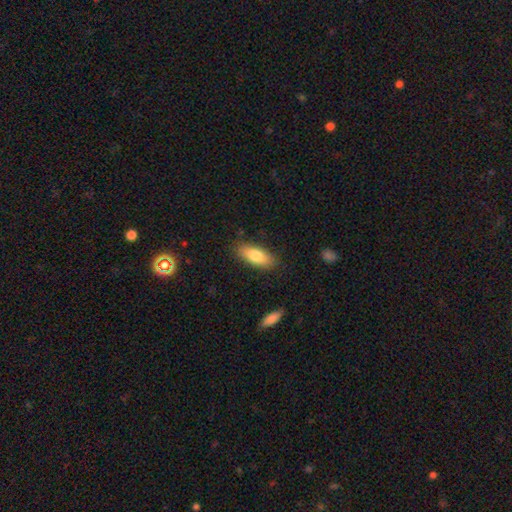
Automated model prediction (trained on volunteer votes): smooth_or_featured: smooth (p=0.79) [alt: featured or disk p=0.15]
how_rounded: in between (p=0.77) [alt: cigar-shaped p=0.21]
merging: none (p=0.85) [alt: minor disturbance p=0.11]